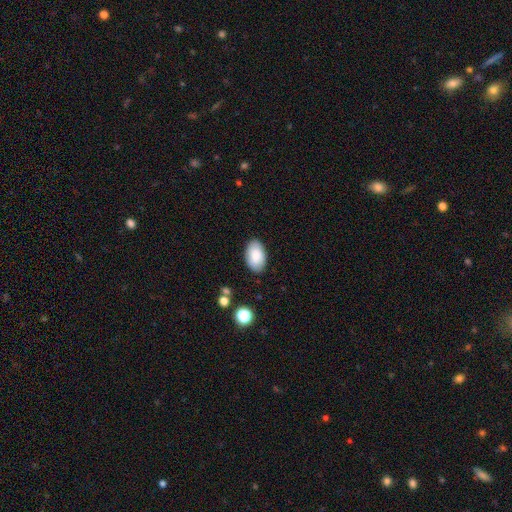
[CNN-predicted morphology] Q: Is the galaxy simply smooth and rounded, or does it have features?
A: smooth — 87%.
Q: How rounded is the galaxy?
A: in between — 94%.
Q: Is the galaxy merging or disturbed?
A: none — 87%.